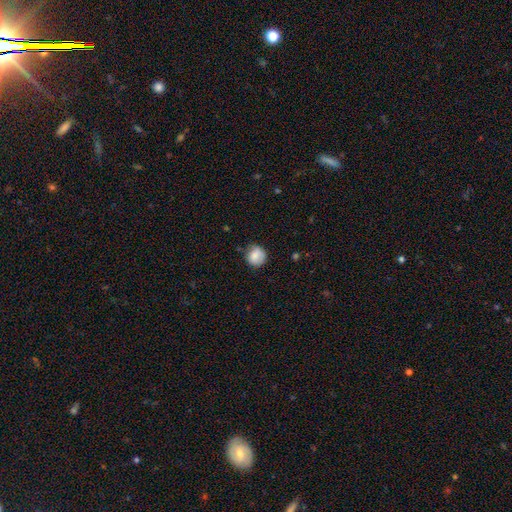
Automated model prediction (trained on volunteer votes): Morphology: type=smooth (82%); roundness=round (87%); merging=none (72%).